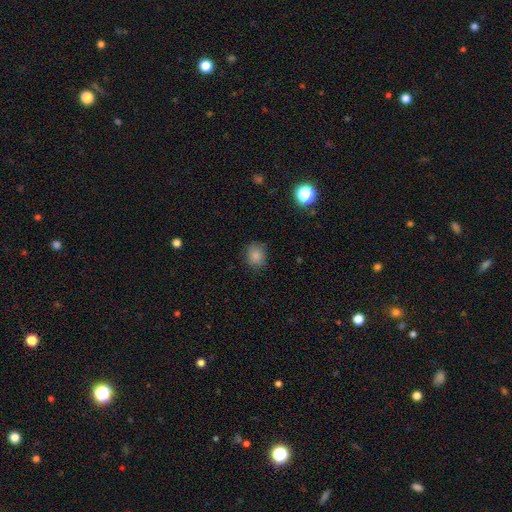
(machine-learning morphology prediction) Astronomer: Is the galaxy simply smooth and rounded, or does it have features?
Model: smooth — 83%.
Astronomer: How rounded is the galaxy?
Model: round — 69%.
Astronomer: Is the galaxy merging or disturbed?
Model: none — 80%.